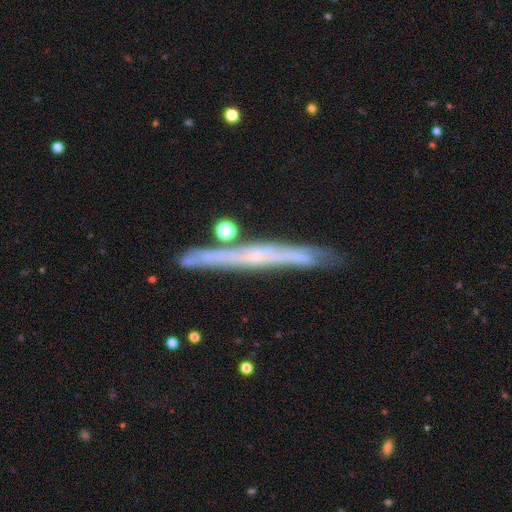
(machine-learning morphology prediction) The model was most divided on "edge-on bulge": none: 67%, rounded: 29%, boxy: 4%. More confident: edge-on disk — yes (93%); merging — none (82%); smooth or featured — featured or disk (67%).